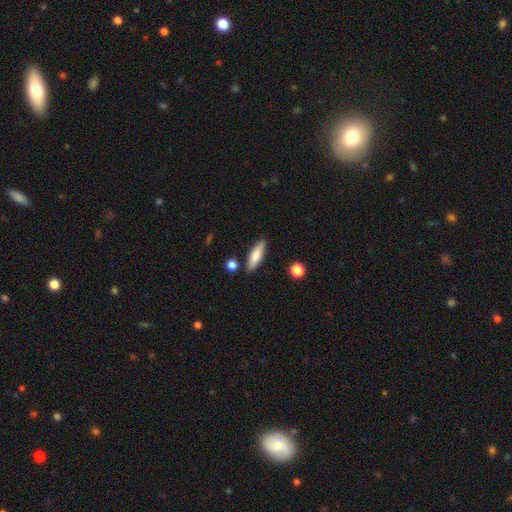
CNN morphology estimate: Smooth or featured? Predicted: smooth (p=0.78). How rounded? Predicted: cigar-shaped (p=0.55). Merging? Predicted: none (p=0.85).